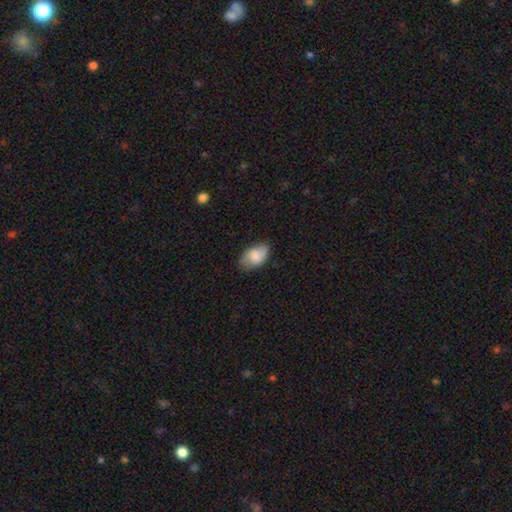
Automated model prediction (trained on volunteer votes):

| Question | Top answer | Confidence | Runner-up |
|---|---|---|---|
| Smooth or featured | smooth | 71% | featured or disk (21%) |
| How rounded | in between | 92% | round (7%) |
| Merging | none | 75% | minor disturbance (20%) |